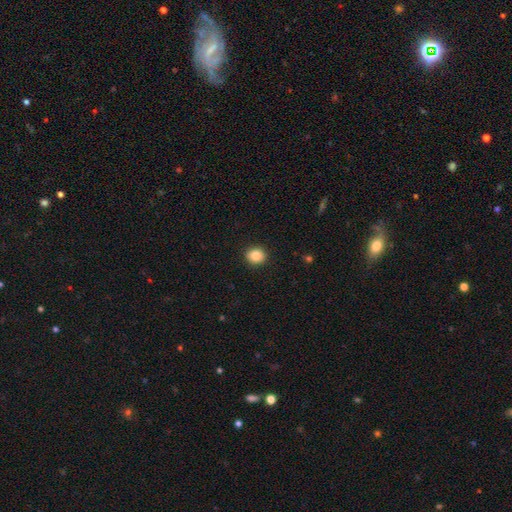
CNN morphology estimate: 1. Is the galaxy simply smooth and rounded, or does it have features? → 85% smooth, 10% star or artifact, 6% featured or disk.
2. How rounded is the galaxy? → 85% round, 14% in between, 1% cigar-shaped.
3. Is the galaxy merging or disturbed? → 92% none, 5% minor disturbance, 2% major disturbance, 1% merger.